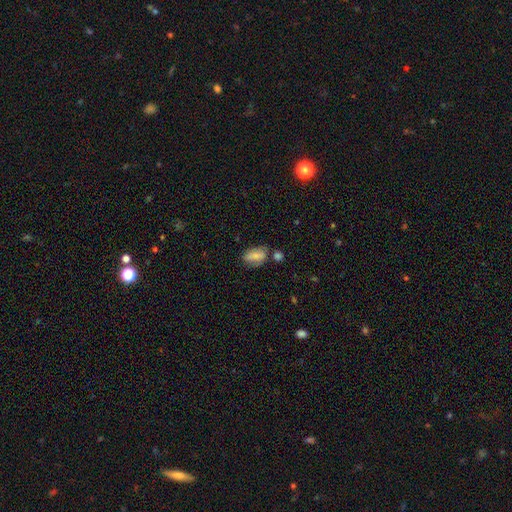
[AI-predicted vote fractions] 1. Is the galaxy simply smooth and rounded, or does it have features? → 73% smooth, 18% featured or disk, 9% star or artifact.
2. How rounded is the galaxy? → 88% in between, 8% round, 4% cigar-shaped.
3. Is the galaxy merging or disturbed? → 53% none, 25% minor disturbance, 15% merger, 8% major disturbance.